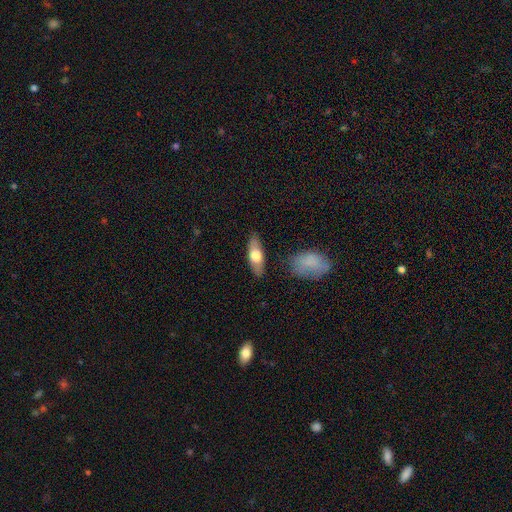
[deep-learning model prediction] The model was most divided on "smooth or featured": smooth: 60%, featured or disk: 34%, star or artifact: 5%. More confident: merging — none (85%); how rounded — in between (68%).